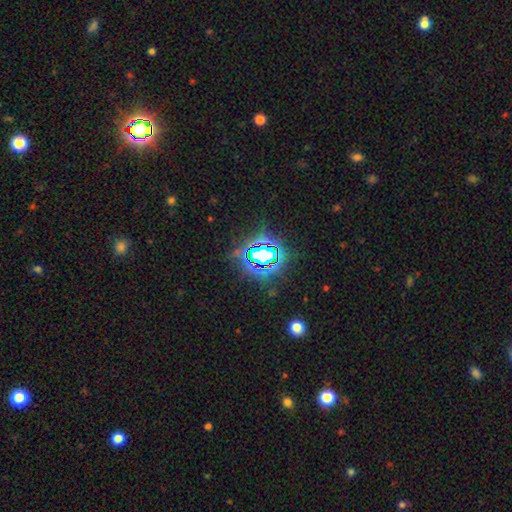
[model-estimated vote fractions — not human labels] The model was most divided on "smooth or featured": star or artifact: 81%, smooth: 12%, featured or disk: 7%.